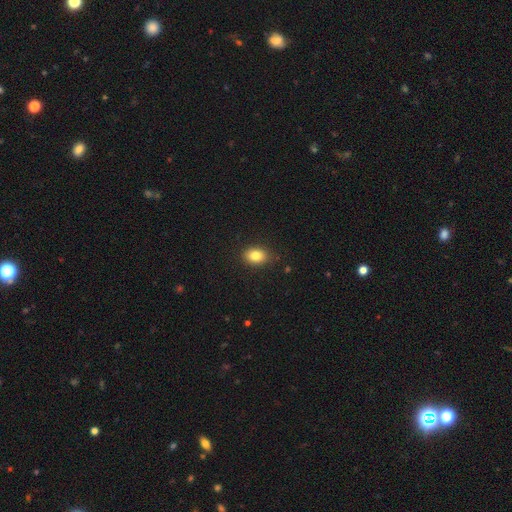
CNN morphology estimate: Smooth or featured? smooth (83%)
How rounded? in between (76%)
Merging? none (87%)